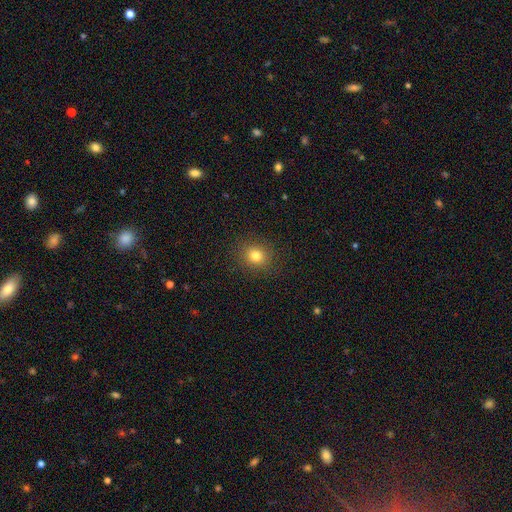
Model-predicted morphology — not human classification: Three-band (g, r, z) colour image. It shows a smooth galaxy with no disk features (80%) that is round (77%). Merging: none (89%).